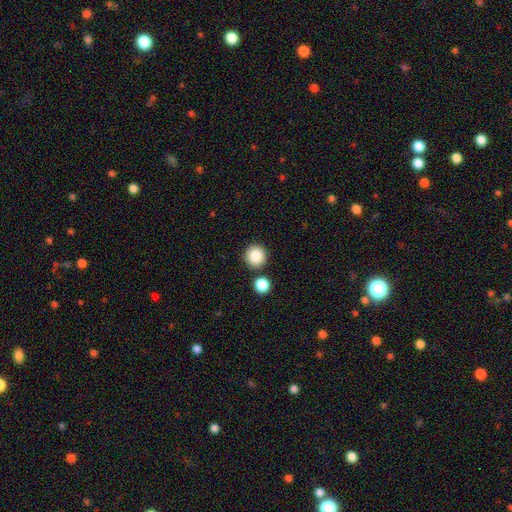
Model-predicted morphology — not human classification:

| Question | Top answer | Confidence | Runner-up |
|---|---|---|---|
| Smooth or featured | smooth | 86% | star or artifact (10%) |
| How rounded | round | 94% | in between (6%) |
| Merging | none | 84% | merger (8%) |